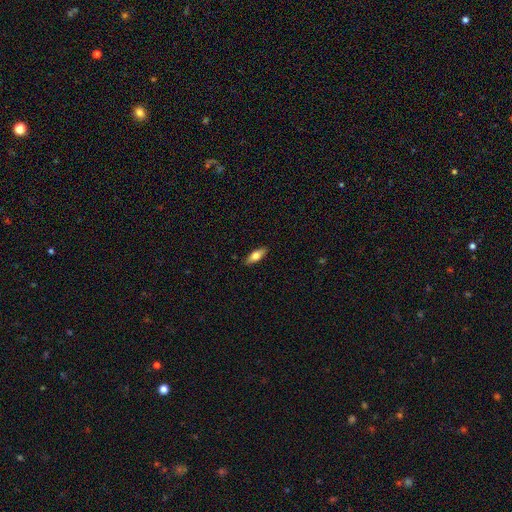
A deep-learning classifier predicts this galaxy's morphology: Smooth or featured? Predicted: smooth (p=0.63). How rounded? Predicted: in between (p=0.66). Merging? Predicted: none (p=0.89).